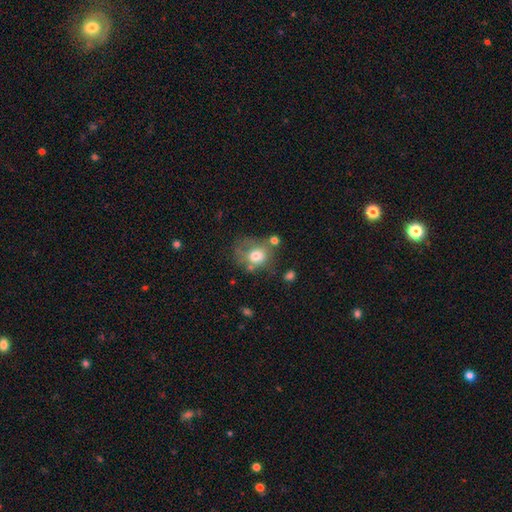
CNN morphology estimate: Overall: smooth (69%). How rounded: round (62%; in between 37%). Merging: none (41%; minor disturbance 24%).